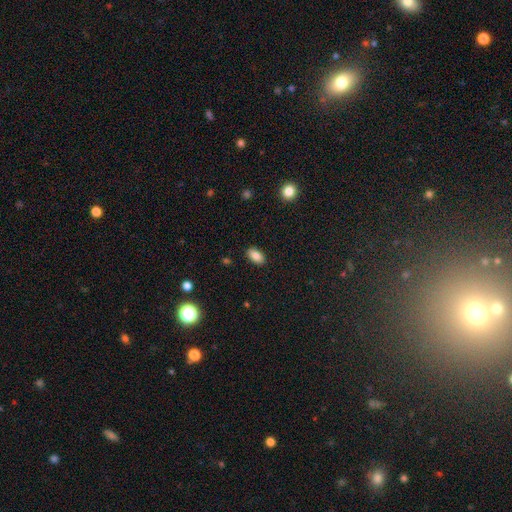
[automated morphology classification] A smooth galaxy with no disk features (86%) that is in between round and cigar-shaped (92%). Merging: none (89%).